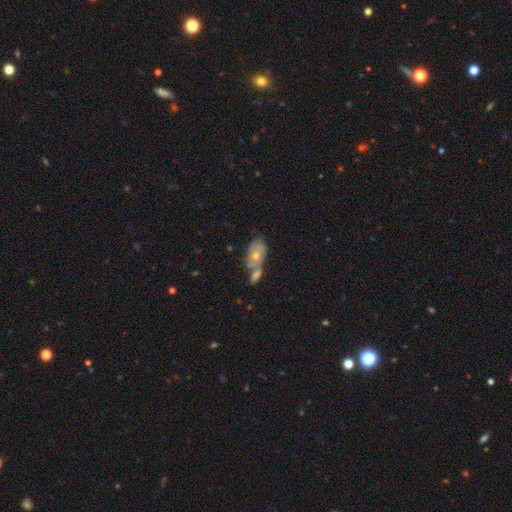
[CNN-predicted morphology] A featured or disk galaxy (50%).

Vote fractions:
- Smooth or featured? featured or disk: 50% / smooth: 38% / star or artifact: 12%
- Edge-on disk? no: 90% / yes: 10%
- Merging? merger: 42% / none: 39% / minor disturbance: 13% / major disturbance: 5%